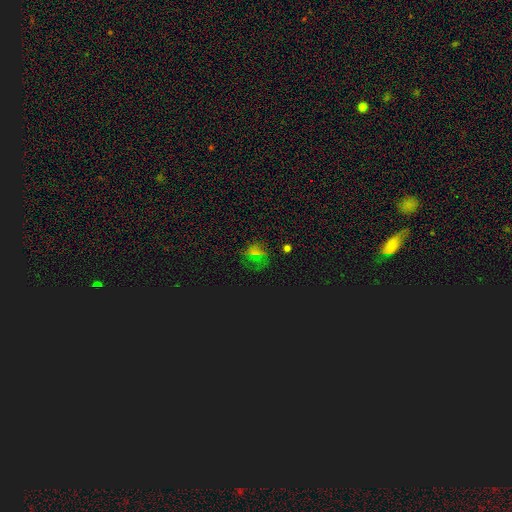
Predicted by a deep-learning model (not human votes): Smooth or featured? Predicted: star or artifact (p=0.54).